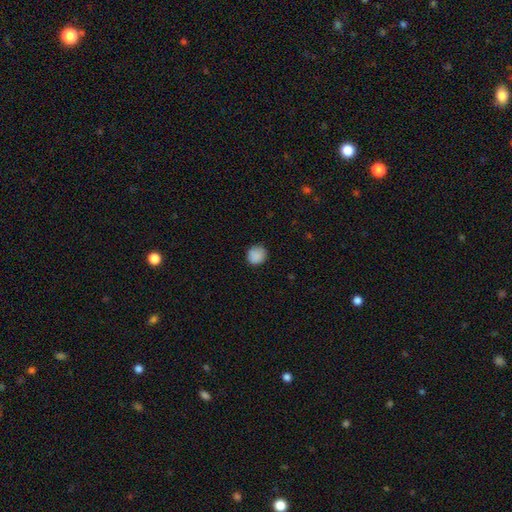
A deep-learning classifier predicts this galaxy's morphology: smooth_or_featured: smooth (p=0.88) [alt: star or artifact p=0.09]
how_rounded: round (p=0.86) [alt: in between p=0.13]
merging: none (p=0.83) [alt: minor disturbance p=0.13]